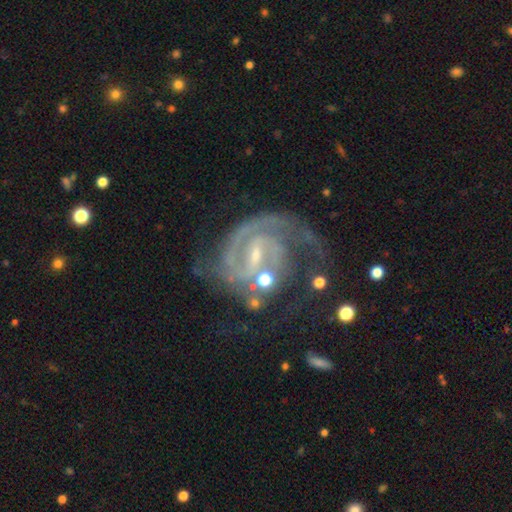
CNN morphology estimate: Smooth or featured? Predicted: featured or disk (p=0.90). Edge-on disk? Predicted: no (p=0.98). Bar? Predicted: weak (p=0.49). Spiral arms? Predicted: yes (p=0.97). Spiral winding? Predicted: tight (p=0.50). Spiral arm count? Predicted: 2 (p=0.59). Bulge size? Predicted: small (p=0.69). Merging? Predicted: none (p=0.47).